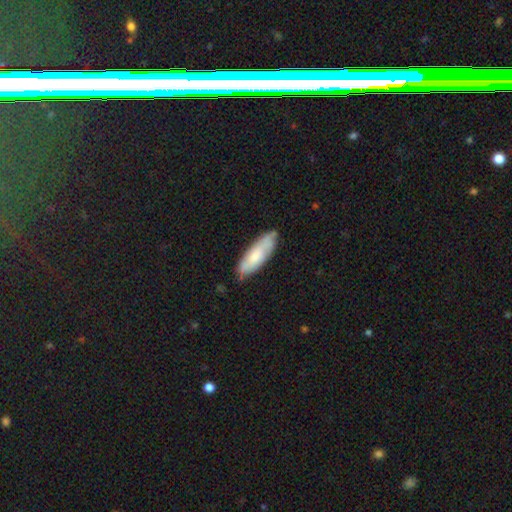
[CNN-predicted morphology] smooth 66%, featured or disk 28%, star or artifact 6%. Down the decision tree: how rounded — in between (55%); merging — none (72%).